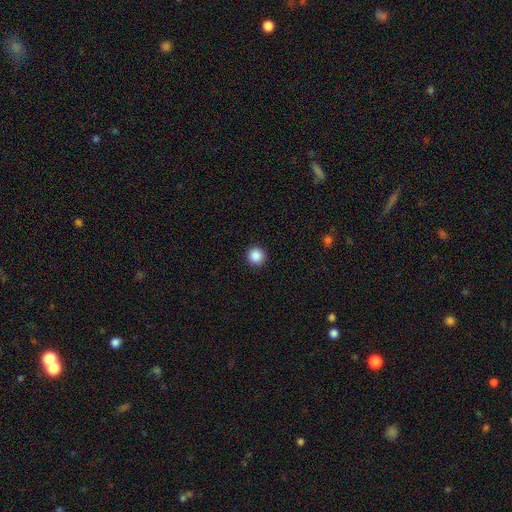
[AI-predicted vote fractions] Q: Smooth or featured?
A: smooth (88%); runner-up: star or artifact (10%)
Q: How rounded?
A: round (96%); runner-up: in between (3%)
Q: Merging?
A: none (93%); runner-up: minor disturbance (4%)